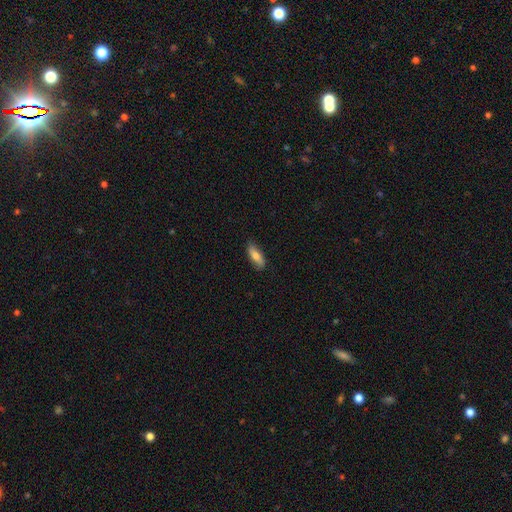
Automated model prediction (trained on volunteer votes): Smooth or featured: smooth — 72% (featured or disk — 22%)
How rounded: in between — 66% (cigar-shaped — 31%)
Merging: none — 80% (minor disturbance — 16%)